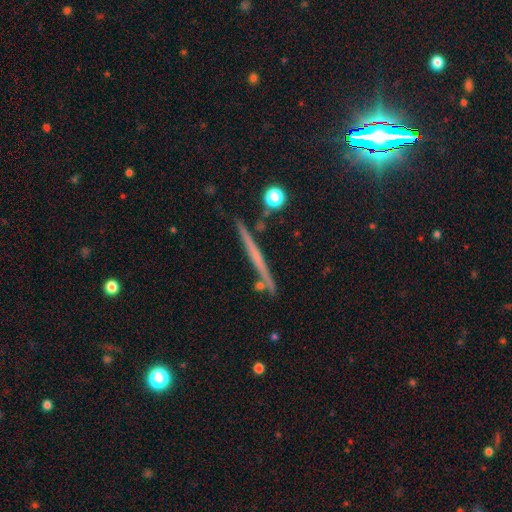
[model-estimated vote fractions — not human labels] smooth_or_featured: featured or disk (p=0.55) [alt: smooth p=0.31]
disk_edge_on: yes (p=0.96) [alt: no p=0.04]
edge_on_bulge: none (p=0.79) [alt: rounded p=0.14]
merging: none (p=0.84) [alt: minor disturbance p=0.10]